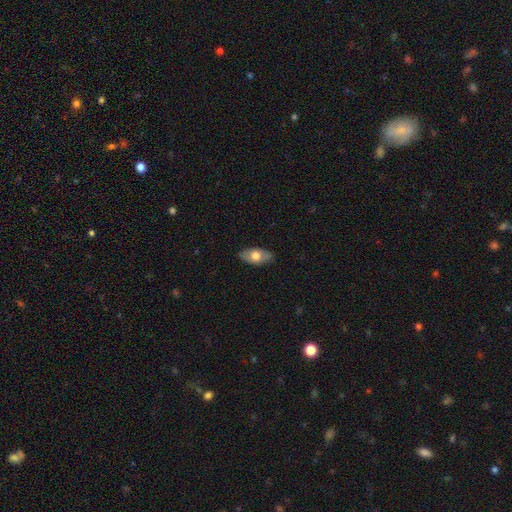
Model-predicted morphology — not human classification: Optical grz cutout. It shows a smooth galaxy with no disk features (64%) that is in between round and cigar-shaped (91%). Merging: none (84%).